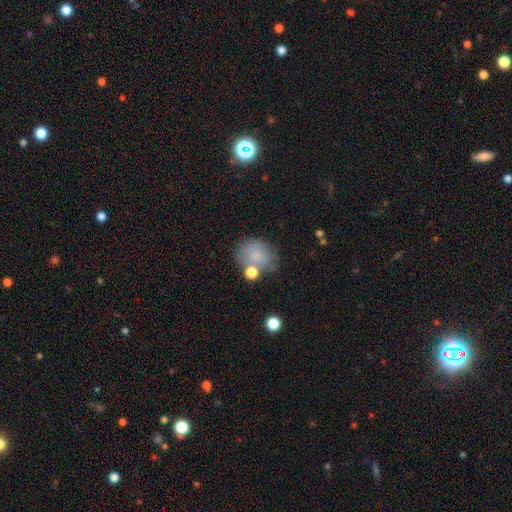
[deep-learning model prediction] This appears to be a smooth galaxy with no disk features (73%) that is round (57%). Merging: none (53%).